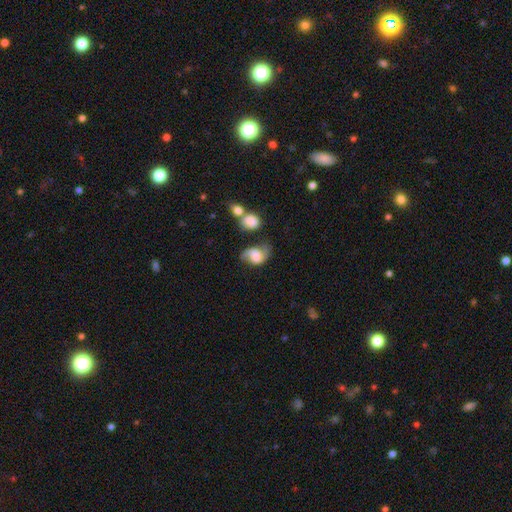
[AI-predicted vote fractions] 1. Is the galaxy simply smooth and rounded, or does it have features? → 49% featured or disk, 42% smooth, 10% star or artifact.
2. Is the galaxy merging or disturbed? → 42% none, 26% minor disturbance, 20% major disturbance, 12% merger.